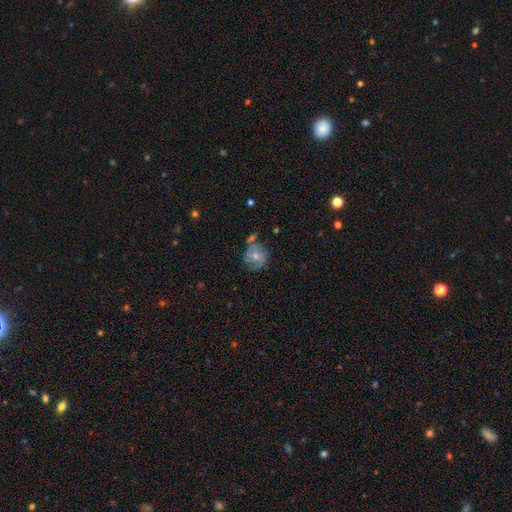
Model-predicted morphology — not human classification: A featured or disk galaxy (61%) with no bar (72%), spiral arms (82%) and a moderate central bulge (53%). Merging: none (55%).